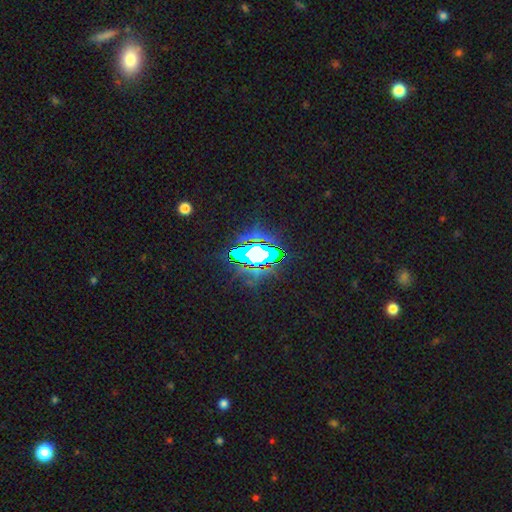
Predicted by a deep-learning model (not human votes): smooth_or_featured: star or artifact (p=0.81) [alt: smooth p=0.11]